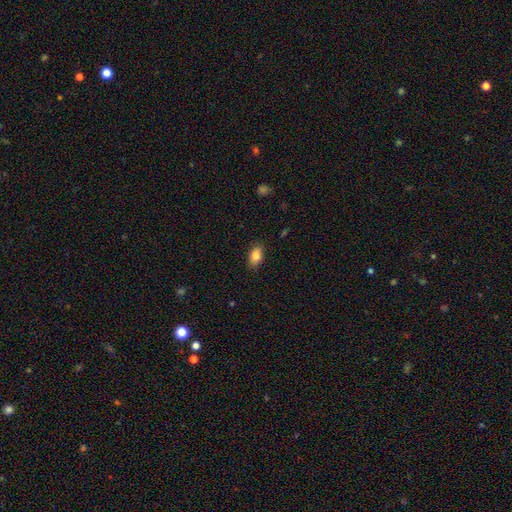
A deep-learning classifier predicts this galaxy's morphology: Smooth or featured: smooth — 84% (featured or disk — 8%)
How rounded: in between — 88% (round — 8%)
Merging: none — 86% (minor disturbance — 10%)